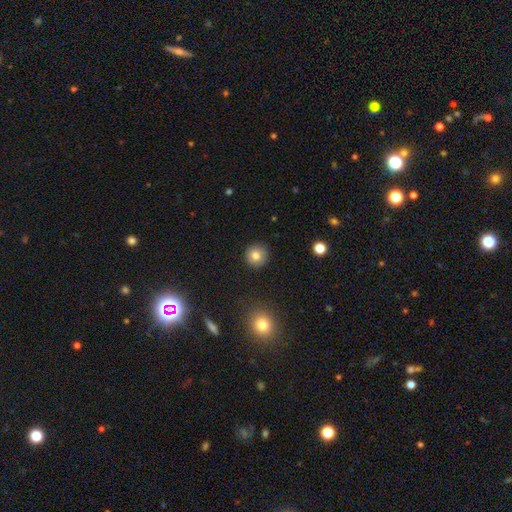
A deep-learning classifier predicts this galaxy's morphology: type=smooth (81%); roundness=round (95%); merging=none (91%).